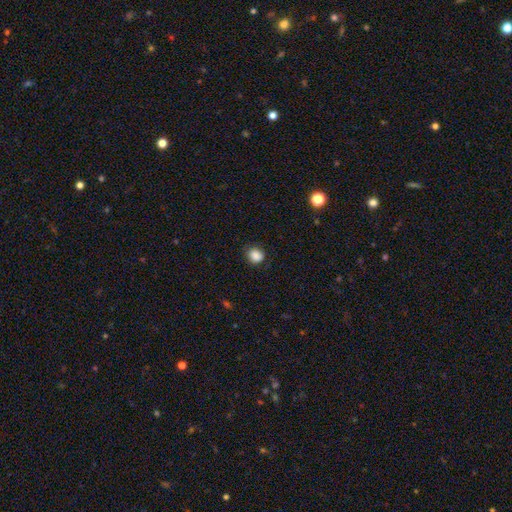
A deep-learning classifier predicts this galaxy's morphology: This is clearly a smooth galaxy (87%). How rounded: likely round (76%). Merging: clearly none (80%).